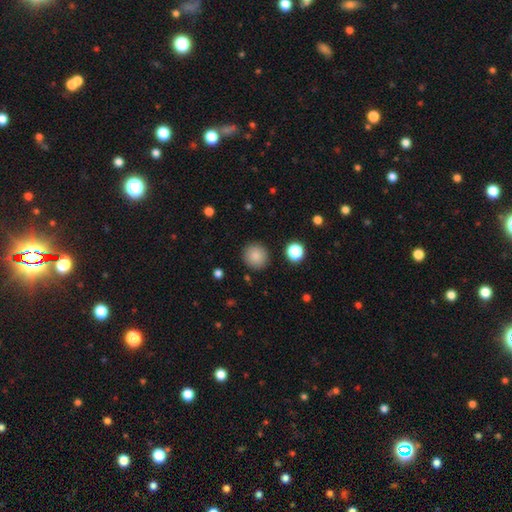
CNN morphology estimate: A smooth galaxy with no disk features (85%) that is round (93%). Merging: none (90%).